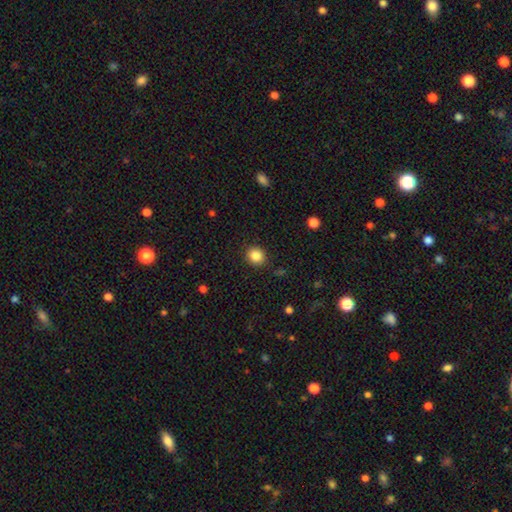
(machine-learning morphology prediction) smooth-or-featured: smooth: 86% | star or artifact: 10% | featured or disk: 4%
  how-rounded: round: 82% | in between: 17% | cigar-shaped: 1%
  merging: none: 89% | minor disturbance: 7% | major disturbance: 2% | merger: 1%